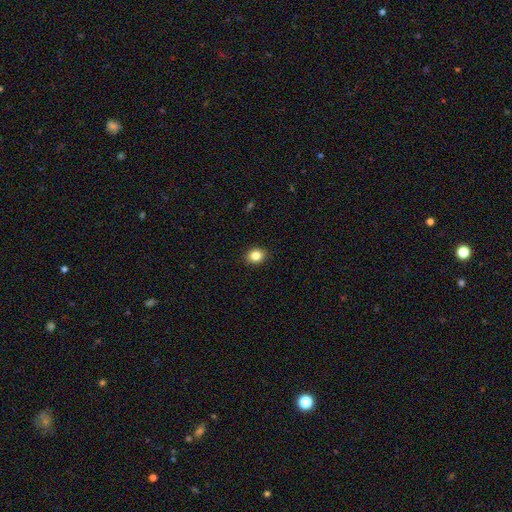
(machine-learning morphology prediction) smooth 85%, star or artifact 10%, featured or disk 5%. Down the decision tree: how rounded — round (60%); merging — none (91%).